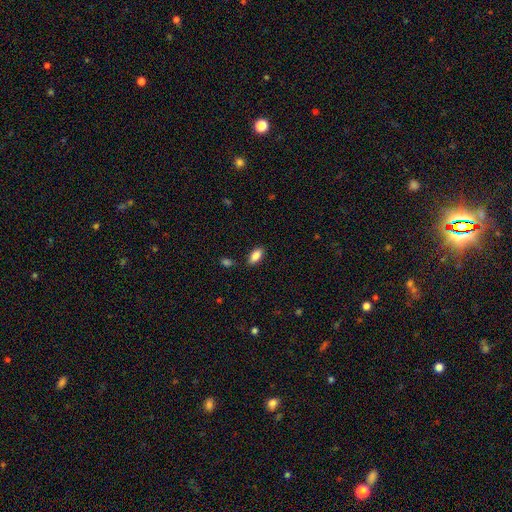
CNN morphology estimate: smooth 87%, star or artifact 8%, featured or disk 6%. Down the decision tree: how rounded — in between (89%); merging — none (82%).